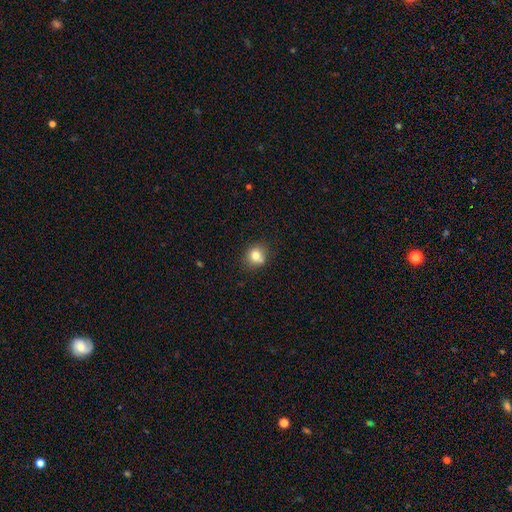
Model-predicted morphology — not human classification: Smooth or featured? Predicted: smooth (p=0.77). How rounded? Predicted: round (p=0.79). Merging? Predicted: none (p=0.70).